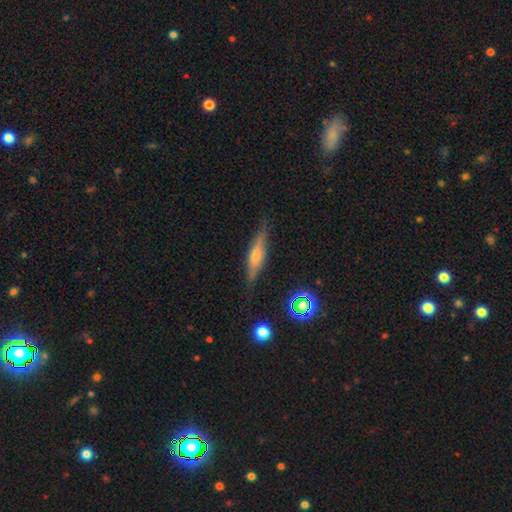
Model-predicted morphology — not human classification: Q: Smooth or featured?
A: featured or disk (54%); runner-up: smooth (37%)
Q: Edge-on disk?
A: yes (94%); runner-up: no (6%)
Q: Edge-on bulge?
A: rounded (64%); runner-up: boxy (21%)
Q: Merging?
A: none (85%); runner-up: minor disturbance (11%)